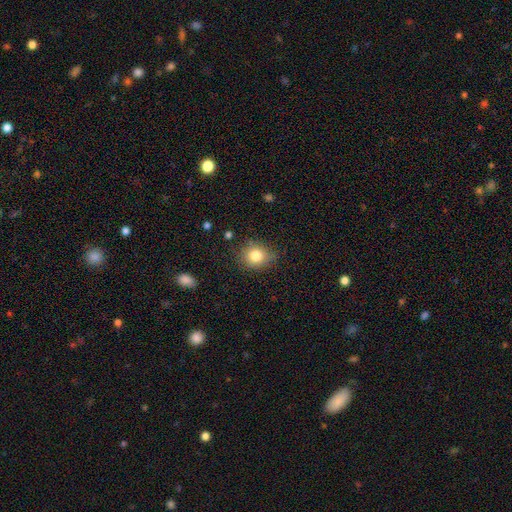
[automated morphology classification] smooth_or_featured: smooth (p=0.81) [alt: star or artifact p=0.11]
how_rounded: round (p=0.73) [alt: in between p=0.26]
merging: none (p=0.77) [alt: minor disturbance p=0.18]